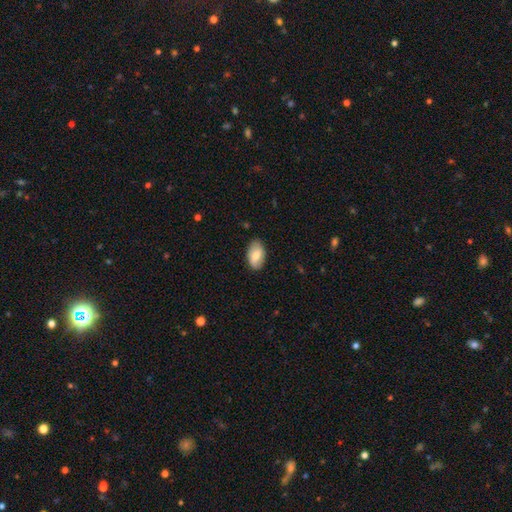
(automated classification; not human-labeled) Overall: smooth (71%). How rounded: in between (94%). Merging: none (81%).